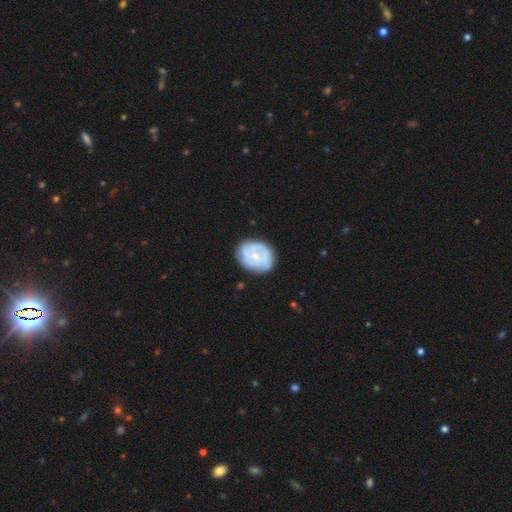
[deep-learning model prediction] Morphology: type=featured or disk (53%); edge-on=no (97%); bar=no (81%); spiral arms=no (55%); bulge=small (56%); merging=none (73%).